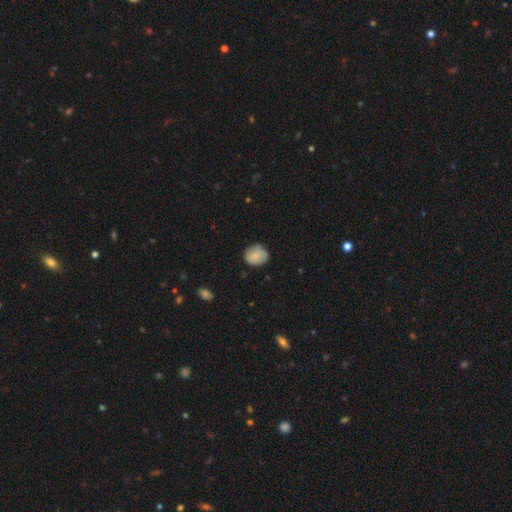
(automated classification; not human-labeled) Smooth or featured?
  - smooth: 85% *
  - star or artifact: 8%
  - featured or disk: 8%
How rounded?
  - round: 71% *
  - in between: 28%
  - cigar-shaped: 1%
Merging?
  - none: 72% *
  - minor disturbance: 22%
  - major disturbance: 4%
  - merger: 1%